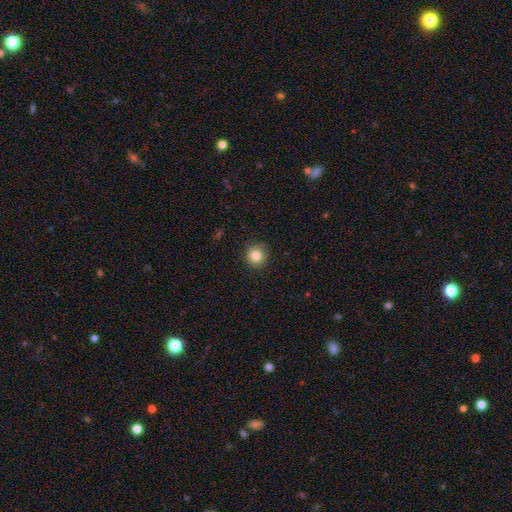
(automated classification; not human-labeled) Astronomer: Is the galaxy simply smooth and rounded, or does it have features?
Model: smooth — 83%.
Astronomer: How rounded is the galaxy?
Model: round — 92%.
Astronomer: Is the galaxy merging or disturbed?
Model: none — 88%.